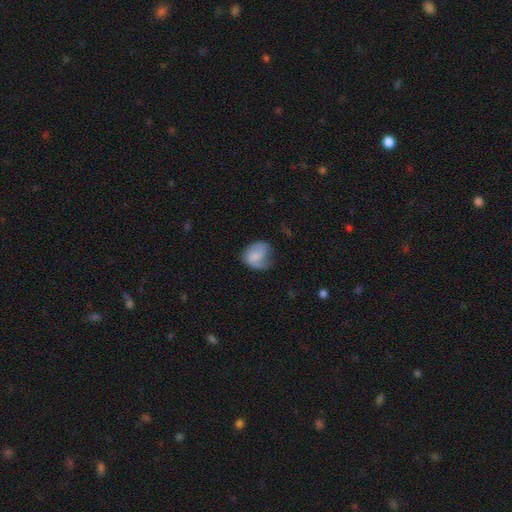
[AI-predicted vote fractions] Morphology: type=smooth (58%); roundness=round (53%); merging=none (40%).